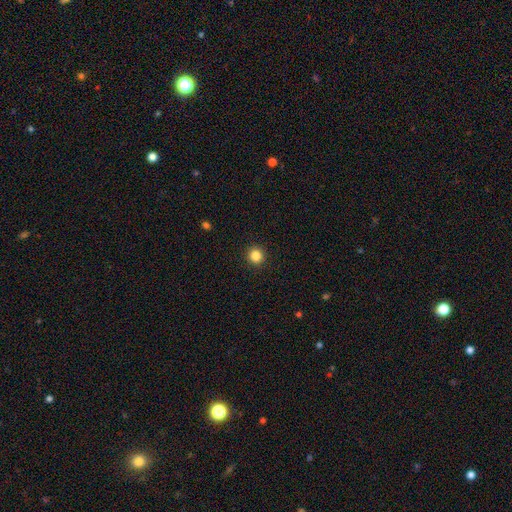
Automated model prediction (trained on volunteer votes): Smooth or featured: smooth — 85% (star or artifact — 11%)
How rounded: round — 95% (in between — 5%)
Merging: none — 93% (minor disturbance — 4%)